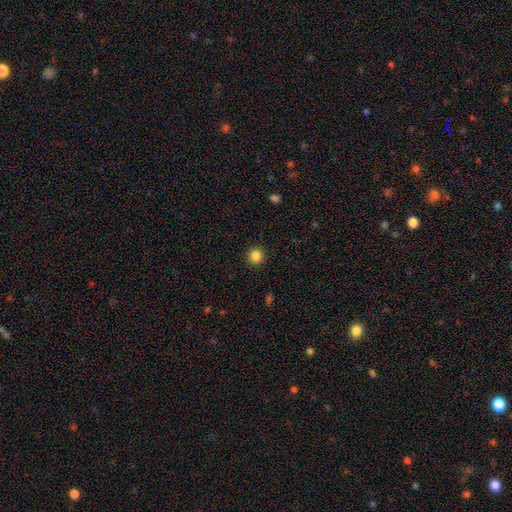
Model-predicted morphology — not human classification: Q: Smooth or featured?
A: smooth (85%); runner-up: star or artifact (11%)
Q: How rounded?
A: round (92%); runner-up: in between (7%)
Q: Merging?
A: none (91%); runner-up: minor disturbance (6%)